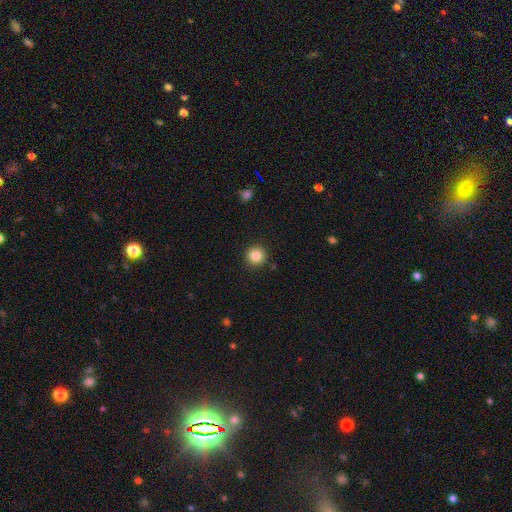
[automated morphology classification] Smooth or featured? Predicted: smooth (p=0.85). How rounded? Predicted: round (p=0.95). Merging? Predicted: none (p=0.91).